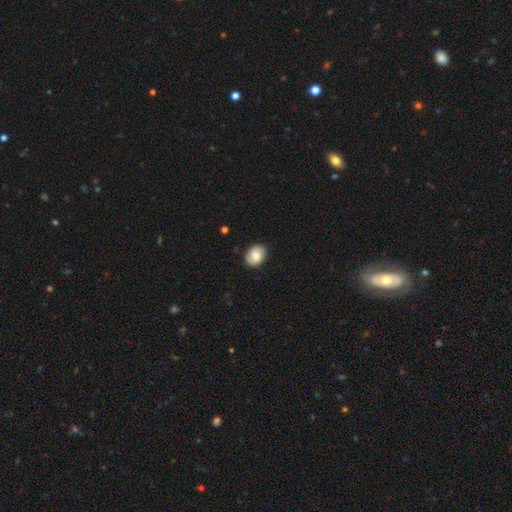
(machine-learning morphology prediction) Smooth or featured? smooth (67%)
How rounded? in between (54%)
Merging? none (84%)